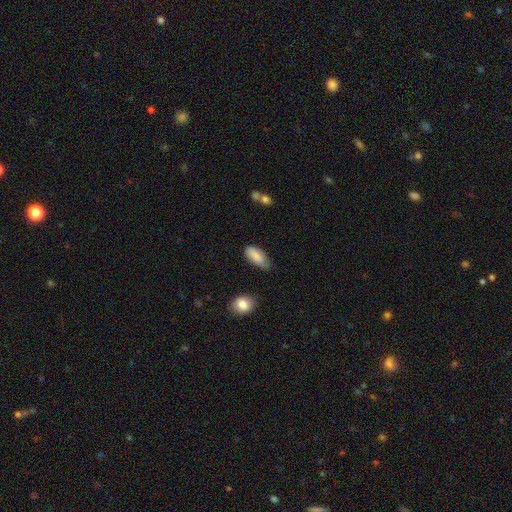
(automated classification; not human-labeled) smooth-or-featured: smooth: 84% | featured or disk: 10% | star or artifact: 7%
  how-rounded: in between: 89% | cigar-shaped: 9% | round: 2%
  merging: none: 60% | minor disturbance: 32% | major disturbance: 6% | merger: 2%